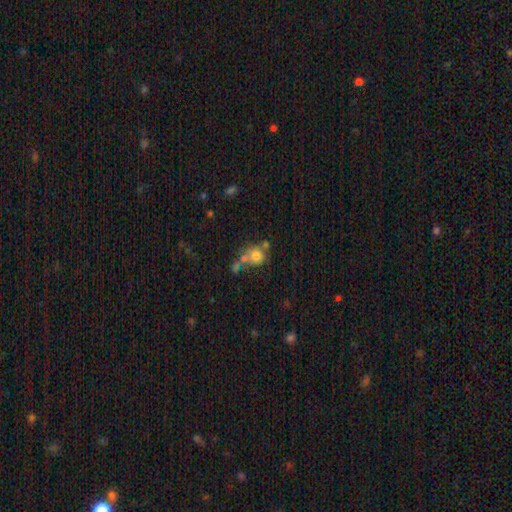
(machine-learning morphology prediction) Overall: smooth (70%). How rounded: round (76%). Merging: none (41%; merger 37%).